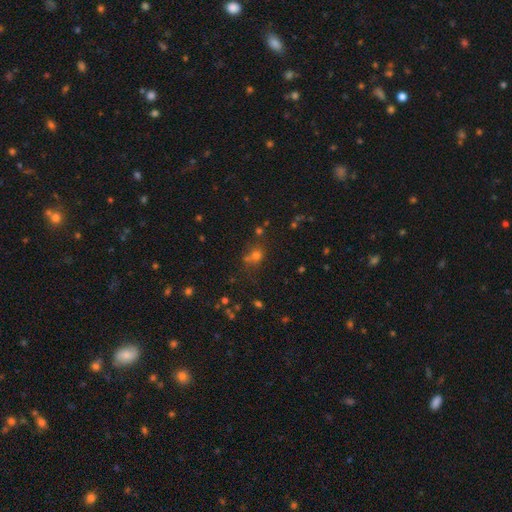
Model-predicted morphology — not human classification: Smooth or featured? Predicted: smooth (p=0.64). How rounded? Predicted: round (p=0.76). Merging? Predicted: none (p=0.61).